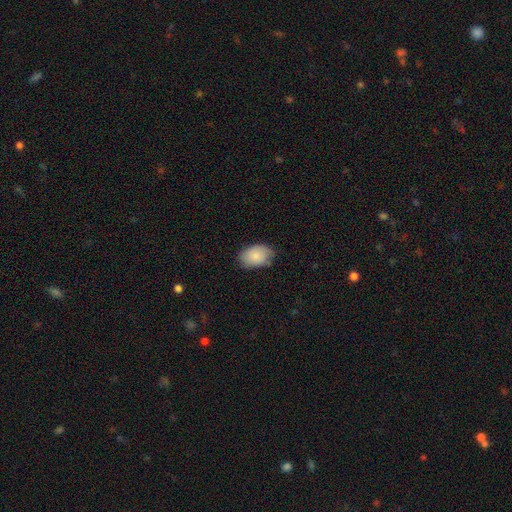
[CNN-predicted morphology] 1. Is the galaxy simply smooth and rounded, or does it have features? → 84% smooth, 10% featured or disk, 6% star or artifact.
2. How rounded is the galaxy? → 88% in between, 11% round, 1% cigar-shaped.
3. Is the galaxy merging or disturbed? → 74% none, 21% minor disturbance, 4% major disturbance, 1% merger.